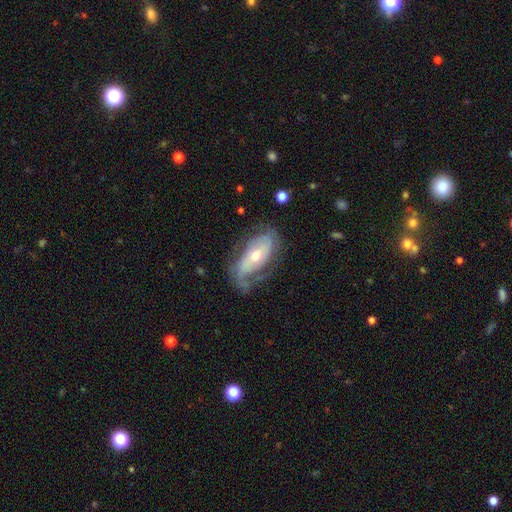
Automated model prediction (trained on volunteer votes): featured or disk 73%, smooth 21%, star or artifact 6%. Down the decision tree: edge-on disk — no (90%); bar — no (60%); spiral arms — yes (82%); spiral arm count — 2 (49%); spiral winding — tight (39%); bulge size — moderate (56%); merging — none (55%).